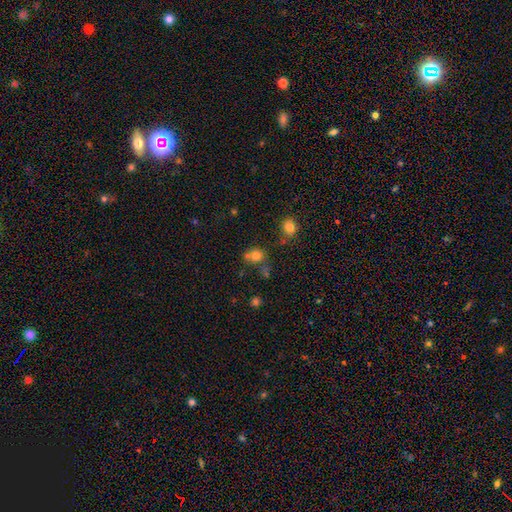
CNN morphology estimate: Smooth or featured?
  - smooth: 75% *
  - star or artifact: 16%
  - featured or disk: 9%
How rounded?
  - round: 79% *
  - in between: 20%
  - cigar-shaped: 1%
Merging?
  - none: 55% *
  - merger: 27%
  - minor disturbance: 12%
  - major disturbance: 6%